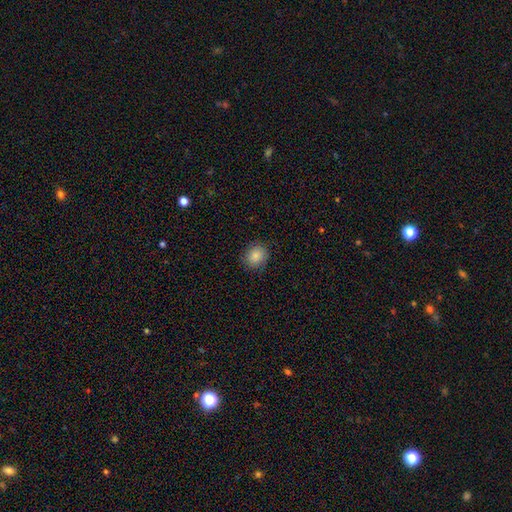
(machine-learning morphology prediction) Smooth or featured?
  - smooth: 86% *
  - star or artifact: 9%
  - featured or disk: 5%
How rounded?
  - round: 75% *
  - in between: 24%
  - cigar-shaped: 1%
Merging?
  - none: 86% *
  - minor disturbance: 11%
  - major disturbance: 3%
  - merger: 1%